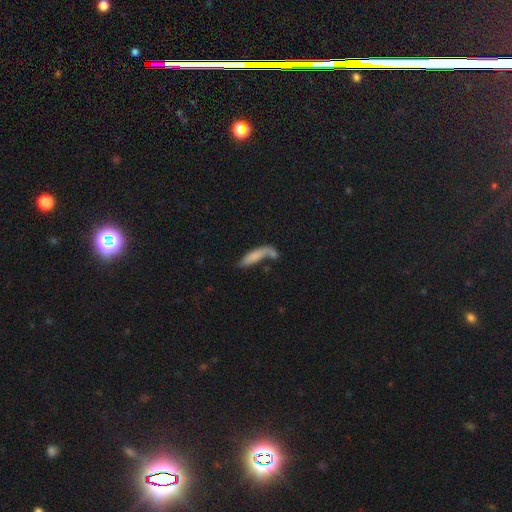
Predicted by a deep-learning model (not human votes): The model was most divided on "merging": none: 41%, merger: 32%, minor disturbance: 16%, major disturbance: 11%. More confident: smooth or featured — smooth (74%); how rounded — cigar-shaped (68%).